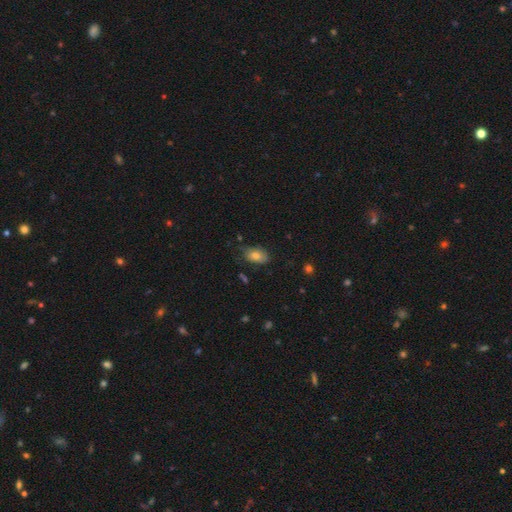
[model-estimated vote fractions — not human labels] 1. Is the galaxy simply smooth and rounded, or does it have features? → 75% smooth, 16% featured or disk, 9% star or artifact.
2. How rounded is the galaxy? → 88% in between, 10% round, 2% cigar-shaped.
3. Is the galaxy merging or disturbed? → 67% none, 25% minor disturbance, 6% major disturbance, 2% merger.